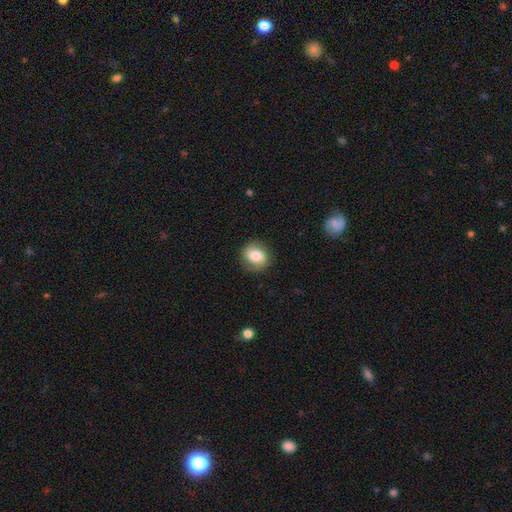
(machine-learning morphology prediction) Overall: smooth (67%). How rounded: round (67%; in between 32%). Merging: none (80%).